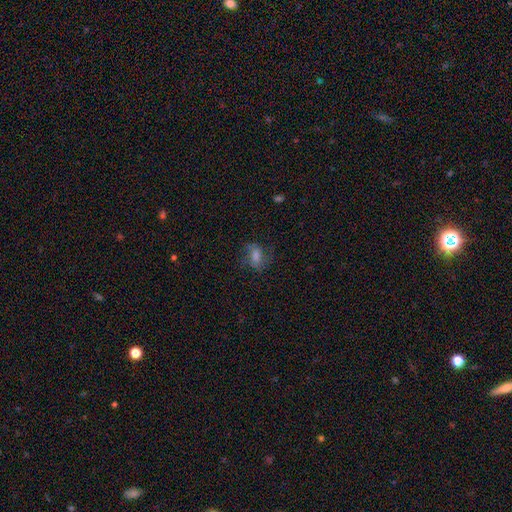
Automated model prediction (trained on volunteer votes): Smooth or featured: smooth — 55% (featured or disk — 32%)
How rounded: in between — 74% (round — 21%)
Merging: none — 56% (minor disturbance — 22%)